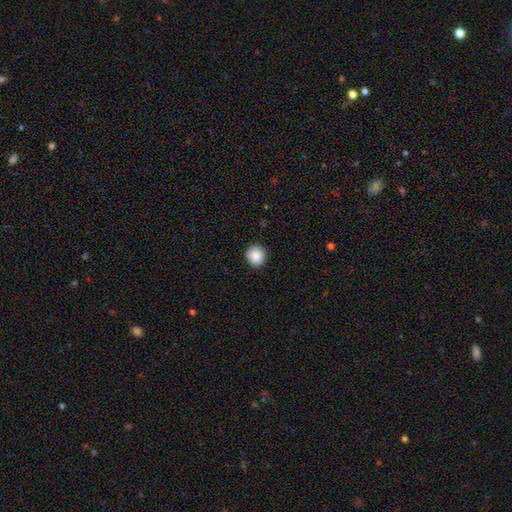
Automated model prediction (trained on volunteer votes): This appears to be a smooth galaxy with no disk features (89%) that is round (95%). Merging: none (92%).